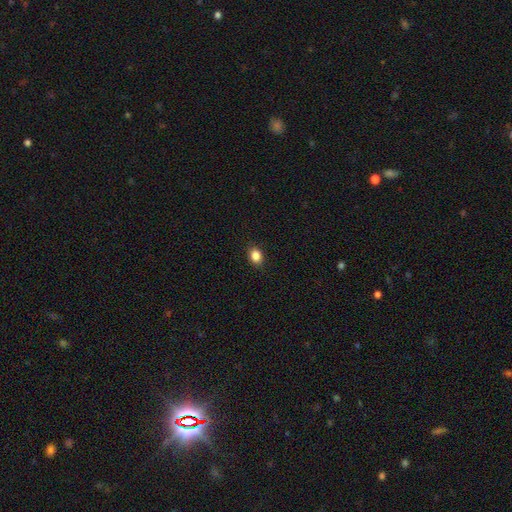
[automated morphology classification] Smooth or featured? Predicted: smooth (p=0.85). How rounded? Predicted: in between (p=0.55). Merging? Predicted: none (p=0.89).